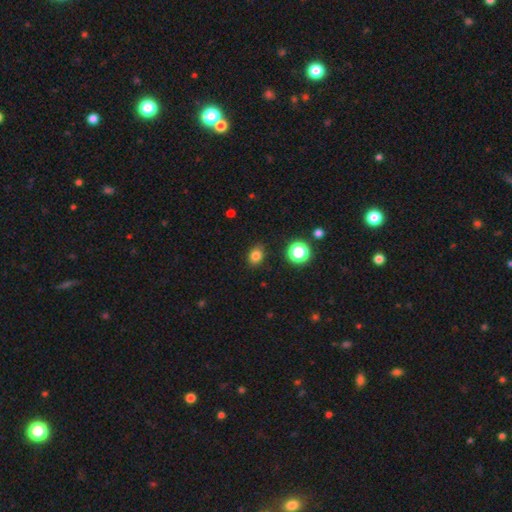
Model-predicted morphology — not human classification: A smooth galaxy with no disk features (81%) that is in between round and cigar-shaped (56%). Merging: none (85%).